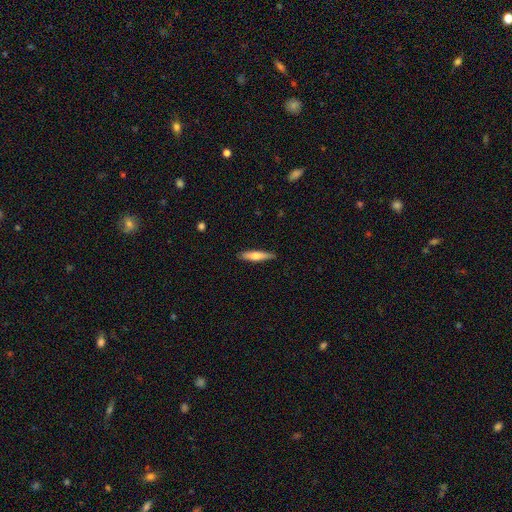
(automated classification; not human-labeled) smooth 60%, featured or disk 35%, star or artifact 6%. Down the decision tree: how rounded — cigar-shaped (83%); merging — none (87%).